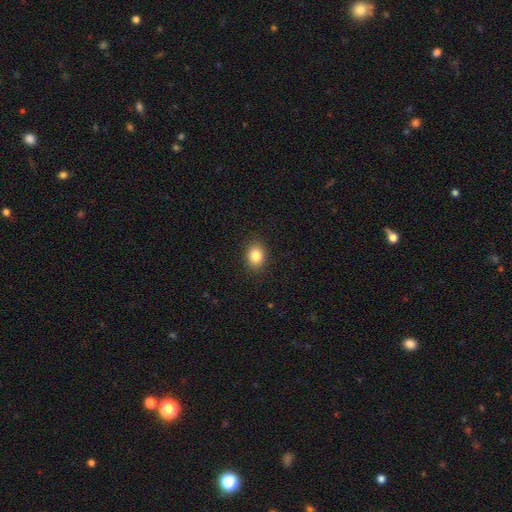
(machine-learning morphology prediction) smooth_or_featured: smooth (p=0.85) [alt: star or artifact p=0.09]
how_rounded: in between (p=0.56) [alt: round p=0.43]
merging: none (p=0.89) [alt: minor disturbance p=0.08]